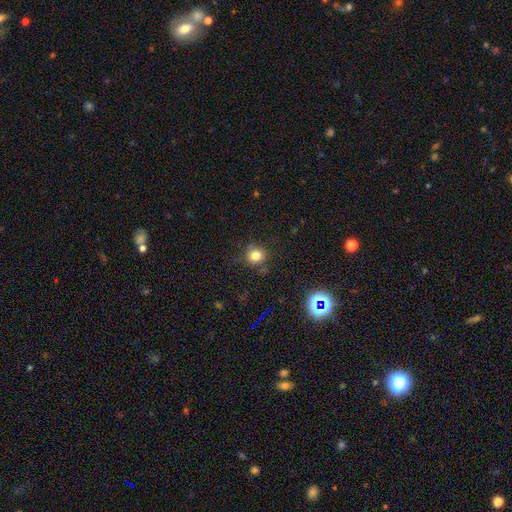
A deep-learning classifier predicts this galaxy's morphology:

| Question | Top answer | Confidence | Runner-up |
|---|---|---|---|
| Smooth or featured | smooth | 77% | star or artifact (16%) |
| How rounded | round | 83% | in between (16%) |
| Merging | none | 79% | minor disturbance (15%) |